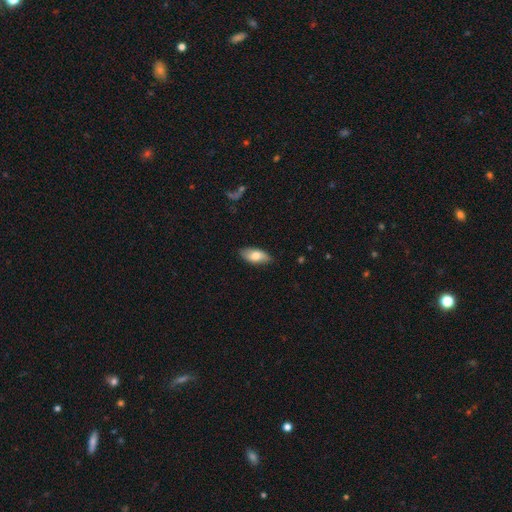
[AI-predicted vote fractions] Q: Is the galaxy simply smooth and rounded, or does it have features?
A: smooth — 74%.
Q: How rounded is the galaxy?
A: in between — 88%.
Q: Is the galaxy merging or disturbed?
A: none — 83%.